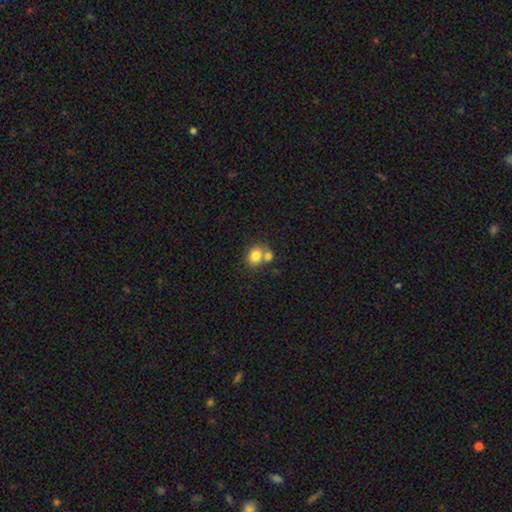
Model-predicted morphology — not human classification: smooth-or-featured: smooth: 80% | featured or disk: 11% | star or artifact: 10%
  how-rounded: round: 64% | in between: 35% | cigar-shaped: 1%
  merging: merger: 45% | none: 43% | minor disturbance: 9% | major disturbance: 3%